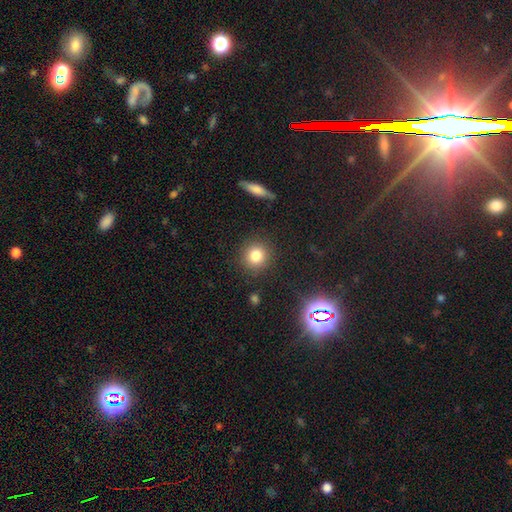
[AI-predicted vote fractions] Smooth or featured?
  - smooth: 81% *
  - star or artifact: 12%
  - featured or disk: 7%
How rounded?
  - round: 89% *
  - in between: 9%
  - cigar-shaped: 1%
Merging?
  - none: 88% *
  - minor disturbance: 7%
  - major disturbance: 3%
  - merger: 2%